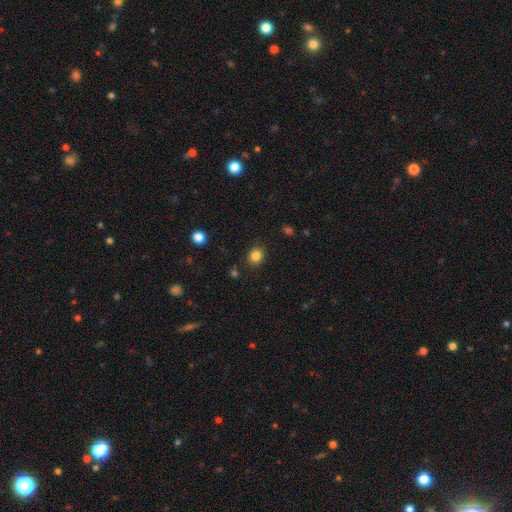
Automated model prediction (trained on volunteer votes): Smooth or featured? Predicted: smooth (p=0.84). How rounded? Predicted: round (p=0.72). Merging? Predicted: none (p=0.87).